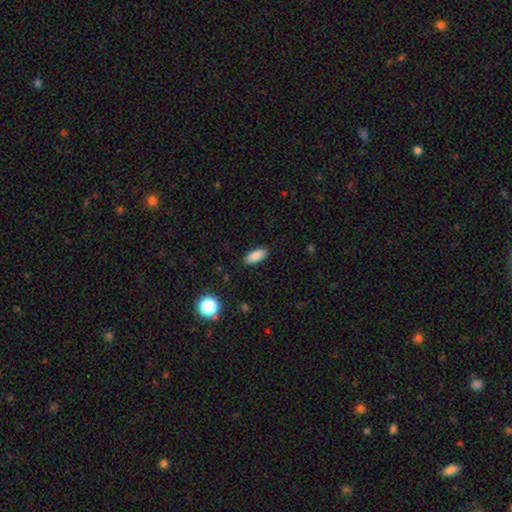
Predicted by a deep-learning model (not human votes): The model was most divided on "how rounded": in between: 87%, cigar-shaped: 11%, round: 2%. More confident: merging — none (89%); smooth or featured — smooth (86%).